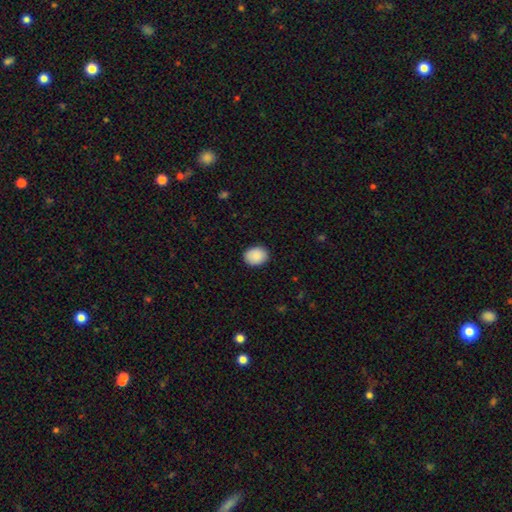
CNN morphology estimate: A smooth galaxy with no disk features (90%) that is in between round and cigar-shaped (52%). Merging: none (89%).